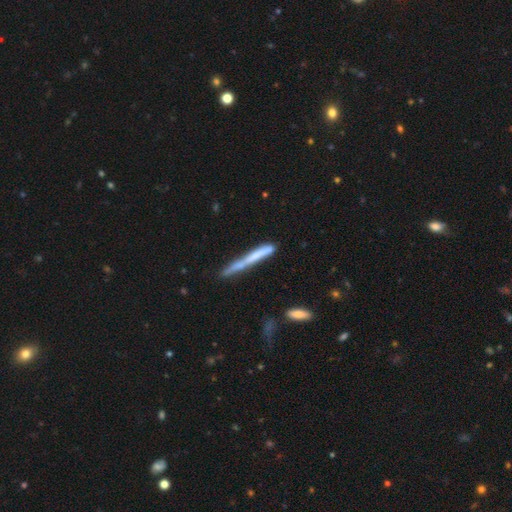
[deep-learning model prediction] smooth-or-featured: smooth: 53% | featured or disk: 40% | star or artifact: 7%
  how-rounded: cigar-shaped: 96% | in between: 2% | round: 1%
  merging: none: 68% | minor disturbance: 21% | major disturbance: 6% | merger: 6%